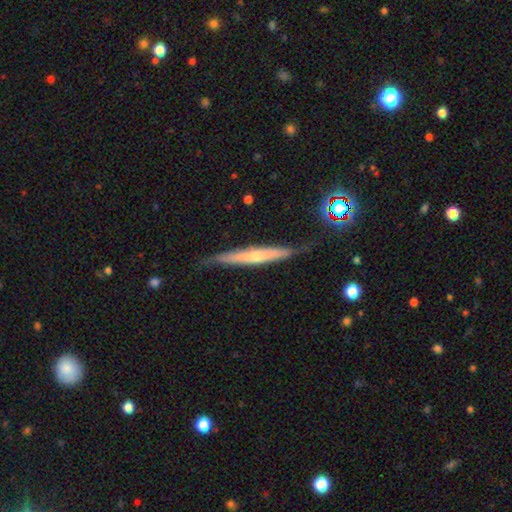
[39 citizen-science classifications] Volunteers were most divided on "edge-on bulge": rounded: 62%, none: 35%, boxy: 4%. More confident: edge-on disk — yes (93%); merging — none (72%); smooth or featured — featured or disk (72%).